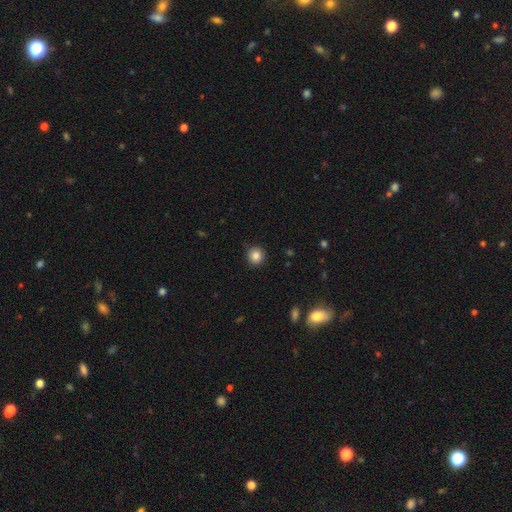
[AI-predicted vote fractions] Smooth or featured?
  - smooth: 85% *
  - star or artifact: 10%
  - featured or disk: 5%
How rounded?
  - round: 91% *
  - in between: 8%
  - cigar-shaped: 1%
Merging?
  - none: 87% *
  - minor disturbance: 10%
  - major disturbance: 2%
  - merger: 1%